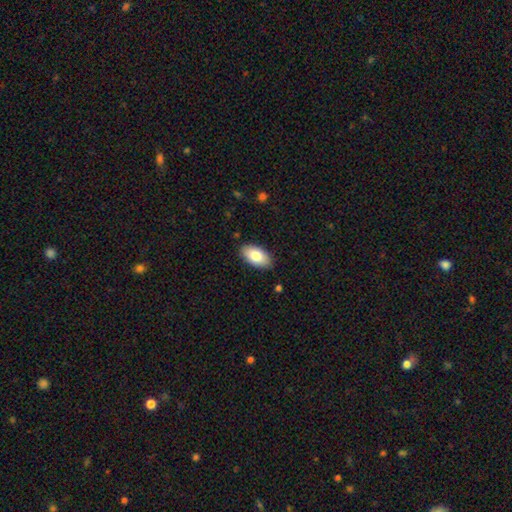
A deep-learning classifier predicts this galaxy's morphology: Overall: smooth (82%). How rounded: in between (95%). Merging: none (87%).